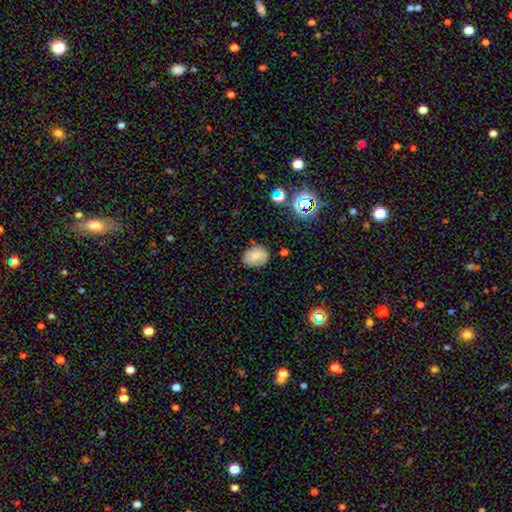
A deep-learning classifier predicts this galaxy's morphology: Q: Smooth or featured?
A: smooth (72%); runner-up: featured or disk (17%)
Q: How rounded?
A: in between (59%); runner-up: round (40%)
Q: Merging?
A: none (77%); runner-up: minor disturbance (17%)